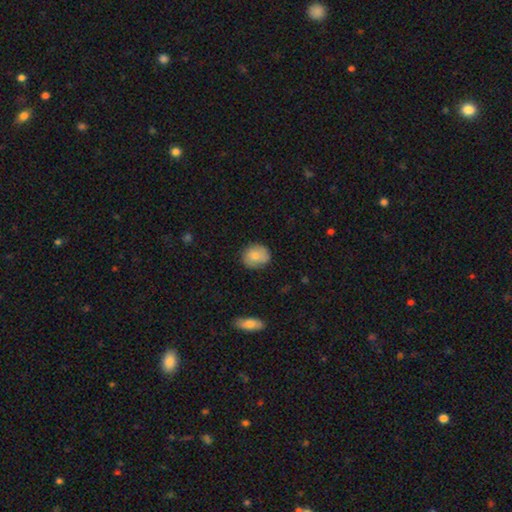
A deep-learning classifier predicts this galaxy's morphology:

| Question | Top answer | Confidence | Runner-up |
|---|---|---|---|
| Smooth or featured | smooth | 77% | featured or disk (16%) |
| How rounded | round | 75% | in between (23%) |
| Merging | none | 78% | minor disturbance (18%) |